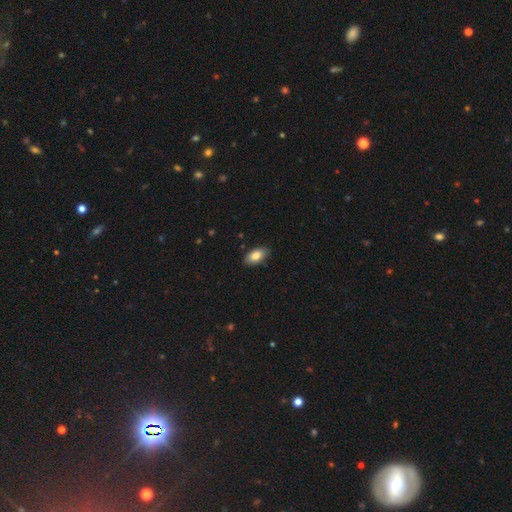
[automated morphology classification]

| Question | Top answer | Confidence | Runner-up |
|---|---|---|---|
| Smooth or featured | smooth | 84% | featured or disk (9%) |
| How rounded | in between | 93% | round (4%) |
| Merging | none | 86% | minor disturbance (11%) |